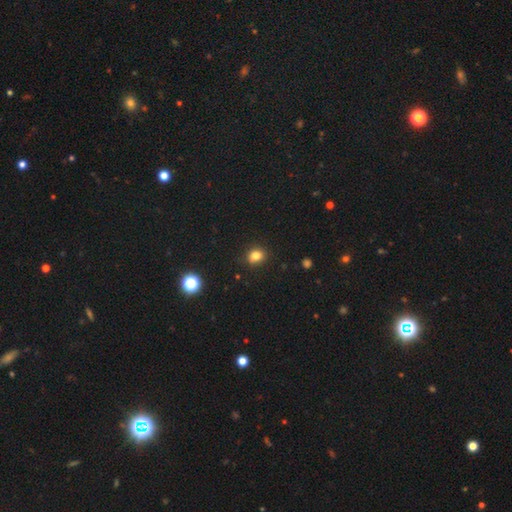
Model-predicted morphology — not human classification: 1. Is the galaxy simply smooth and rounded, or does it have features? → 81% smooth, 13% star or artifact, 6% featured or disk.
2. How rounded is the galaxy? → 63% round, 36% in between, 1% cigar-shaped.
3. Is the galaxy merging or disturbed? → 85% none, 11% minor disturbance, 2% major disturbance, 2% merger.